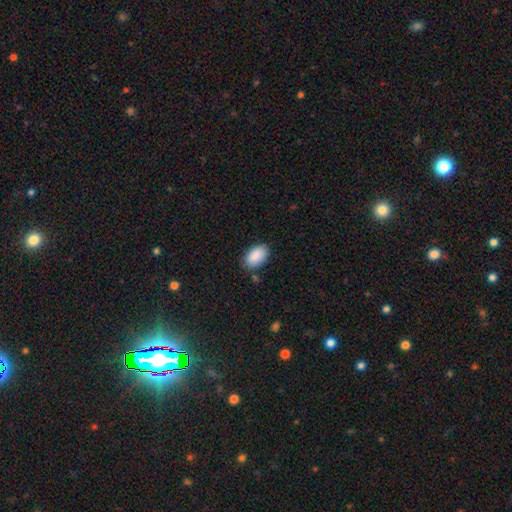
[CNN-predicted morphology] This is clearly a smooth galaxy (90%). How rounded: clearly in between (93%). Merging: clearly none (83%).